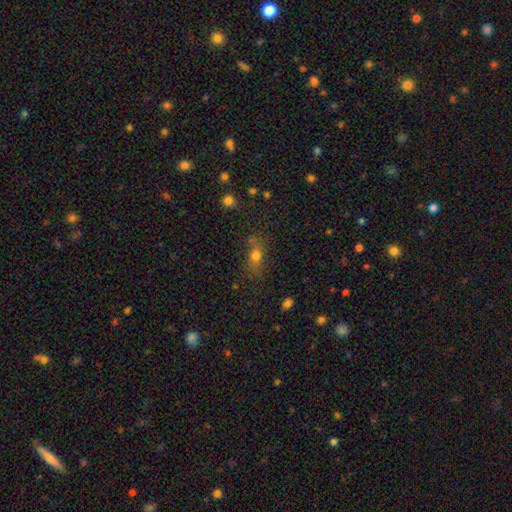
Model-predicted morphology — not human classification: This is likely a smooth galaxy (72%). How rounded: possibly in between (58%). Merging: likely none (62%).